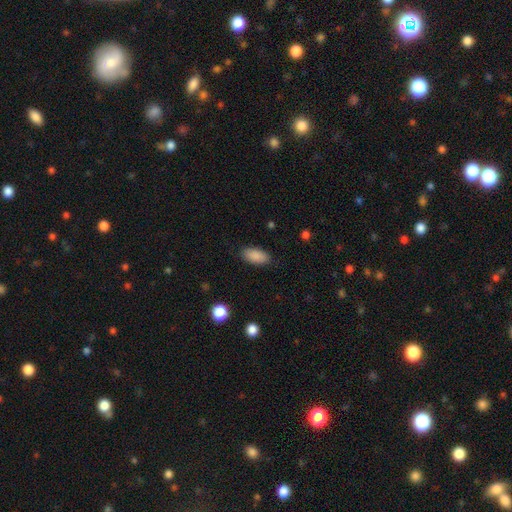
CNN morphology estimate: Smooth or featured: smooth — 89% (star or artifact — 7%)
How rounded: in between — 90% (cigar-shaped — 8%)
Merging: none — 88% (minor disturbance — 9%)